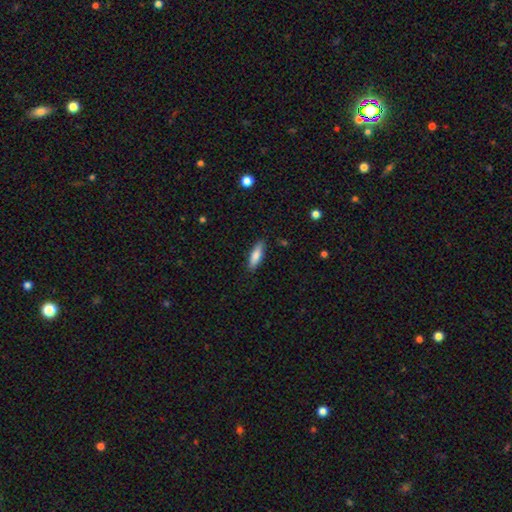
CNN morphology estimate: Smooth or featured? Predicted: smooth (p=0.81). How rounded? Predicted: cigar-shaped (p=0.53). Merging? Predicted: none (p=0.86).